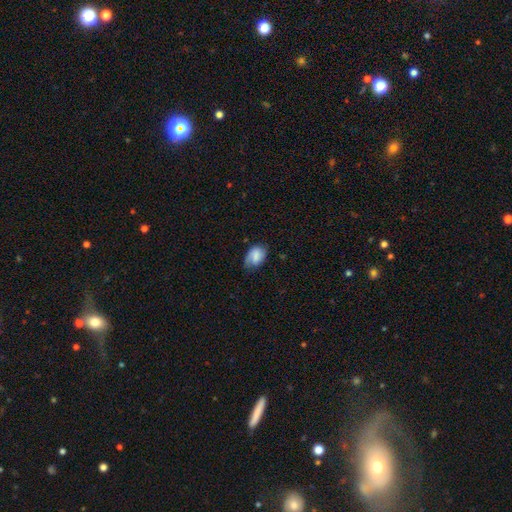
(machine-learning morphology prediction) Smooth or featured: smooth — 74% (featured or disk — 19%)
How rounded: in between — 82% (round — 17%)
Merging: none — 56% (minor disturbance — 33%)